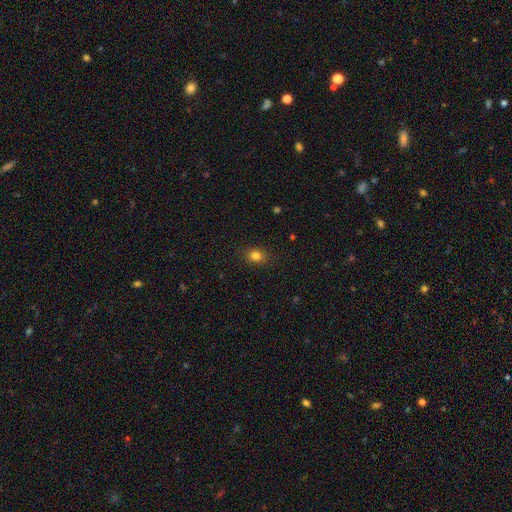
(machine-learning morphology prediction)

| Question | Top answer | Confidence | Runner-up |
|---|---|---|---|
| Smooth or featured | smooth | 82% | star or artifact (12%) |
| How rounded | in between | 53% | round (46%) |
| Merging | none | 87% | minor disturbance (9%) |